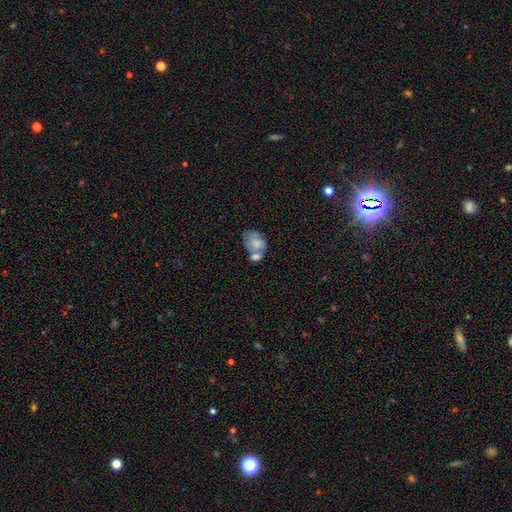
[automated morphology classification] Smooth or featured? smooth (68%)
How rounded? in between (74%)
Merging? merger (53%)